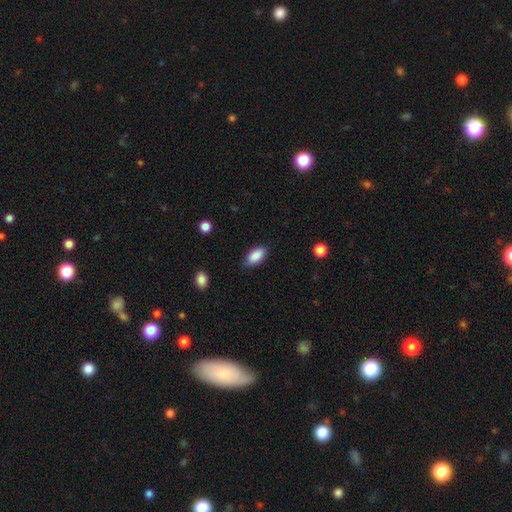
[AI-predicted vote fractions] Smooth or featured? smooth (88%)
How rounded? in between (92%)
Merging? none (81%)